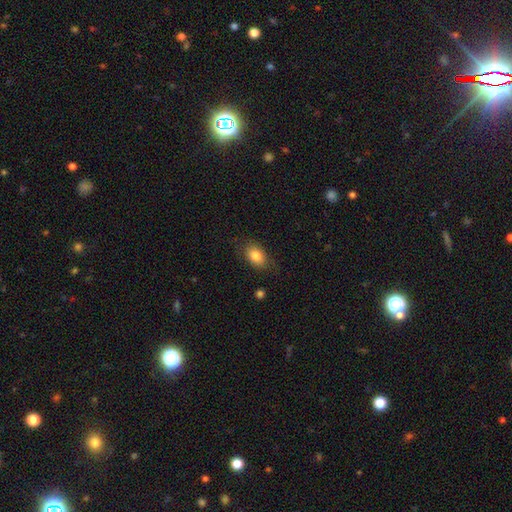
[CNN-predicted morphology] Smooth or featured?
  - smooth: 83% *
  - featured or disk: 9%
  - star or artifact: 8%
How rounded?
  - in between: 84% *
  - round: 14%
  - cigar-shaped: 2%
Merging?
  - none: 77% *
  - minor disturbance: 17%
  - major disturbance: 5%
  - merger: 1%